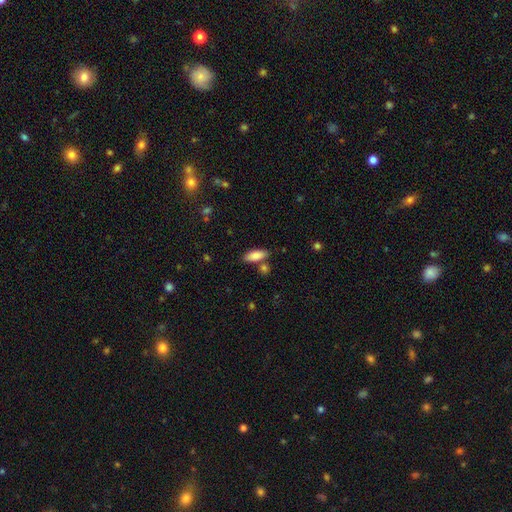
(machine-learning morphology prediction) Overall: smooth (84%). How rounded: in between (77%). Merging: none (76%).